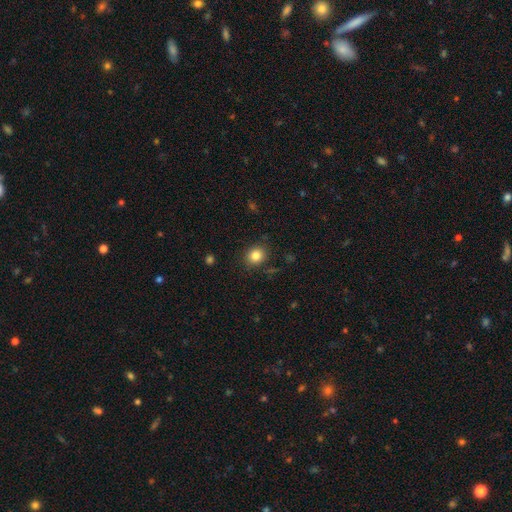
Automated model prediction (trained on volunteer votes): Smooth or featured? smooth (83%)
How rounded? round (75%)
Merging? none (87%)